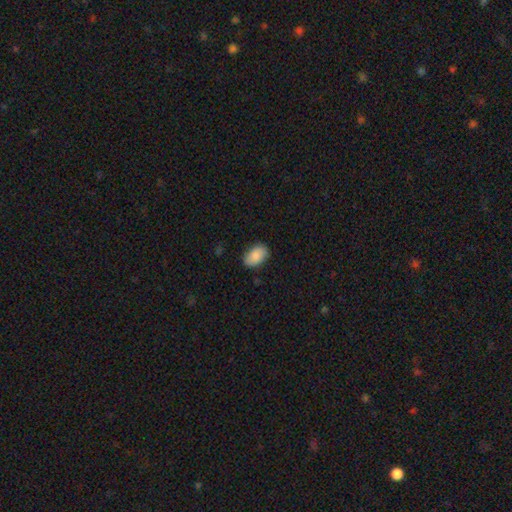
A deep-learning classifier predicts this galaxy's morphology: smooth-or-featured: smooth: 86% | featured or disk: 7% | star or artifact: 6%
  how-rounded: in between: 92% | round: 7% | cigar-shaped: 1%
  merging: none: 84% | minor disturbance: 12% | major disturbance: 2% | merger: 1%